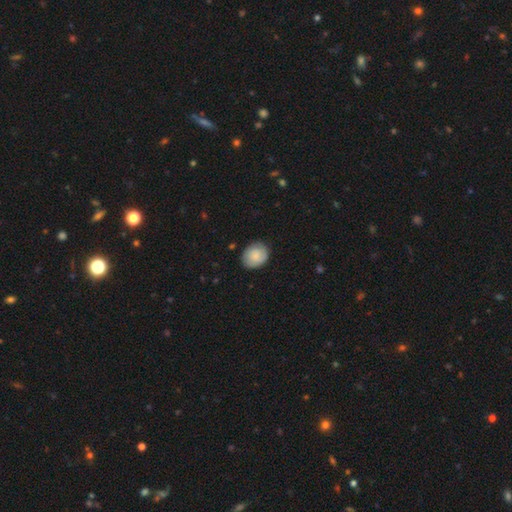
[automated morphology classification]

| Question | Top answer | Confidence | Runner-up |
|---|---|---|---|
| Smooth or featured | smooth | 78% | featured or disk (16%) |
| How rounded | round | 51% | in between (48%) |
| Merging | none | 81% | minor disturbance (15%) |